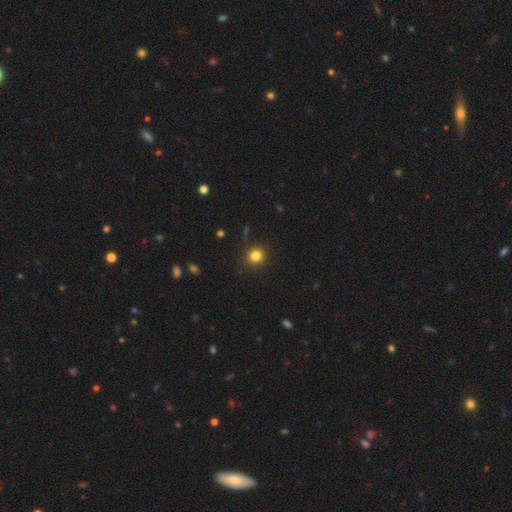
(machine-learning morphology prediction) This is clearly a smooth galaxy (83%). How rounded: clearly round (87%). Merging: clearly none (89%).